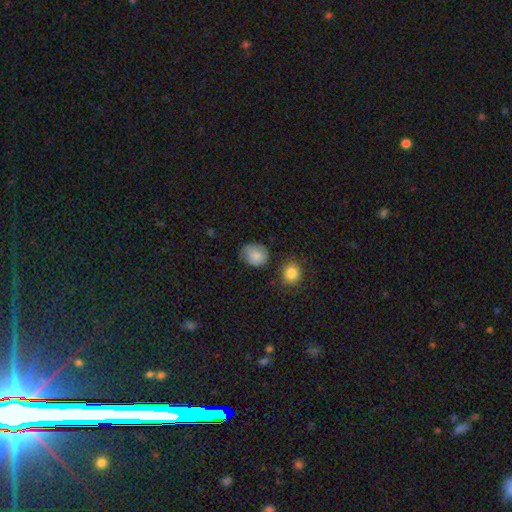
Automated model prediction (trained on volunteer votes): A smooth galaxy with no disk features (82%) that is round (67%).

Vote fractions:
- Smooth or featured? smooth: 82% / featured or disk: 10% / star or artifact: 8%
- How rounded? round: 67% / in between: 33% / cigar-shaped: 1%
- Merging? none: 60% / minor disturbance: 29% / major disturbance: 7% / merger: 4%